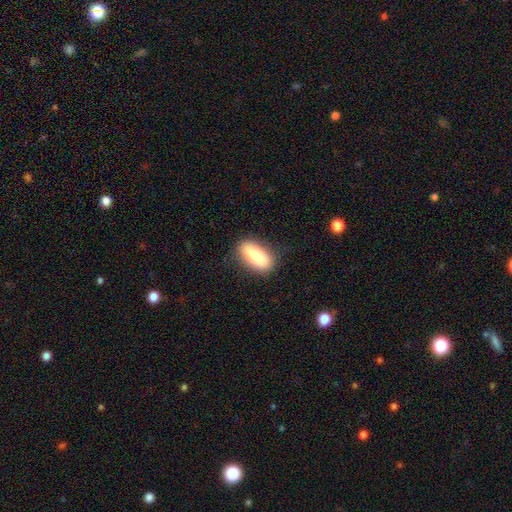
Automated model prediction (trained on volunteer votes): Q: Smooth or featured?
A: smooth (86%); runner-up: featured or disk (7%)
Q: How rounded?
A: in between (81%); runner-up: cigar-shaped (16%)
Q: Merging?
A: none (82%); runner-up: minor disturbance (13%)